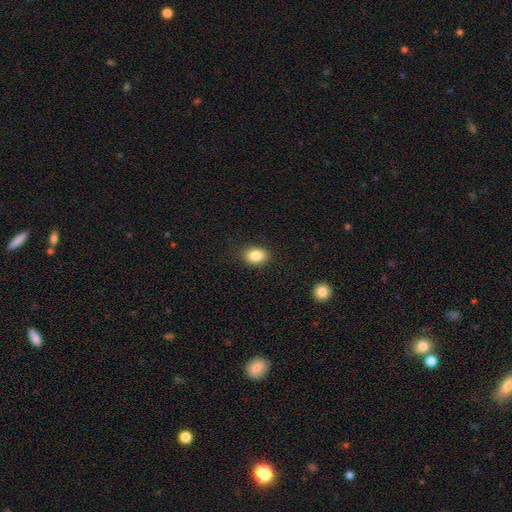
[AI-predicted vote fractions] smooth 85%, star or artifact 9%, featured or disk 6%. Down the decision tree: how rounded — in between (72%); merging — none (87%).